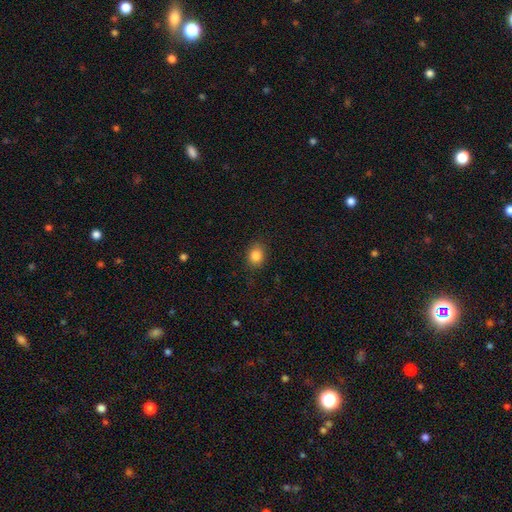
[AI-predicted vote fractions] This is clearly a smooth galaxy (85%). How rounded: possibly round (55%). Merging: clearly none (85%).